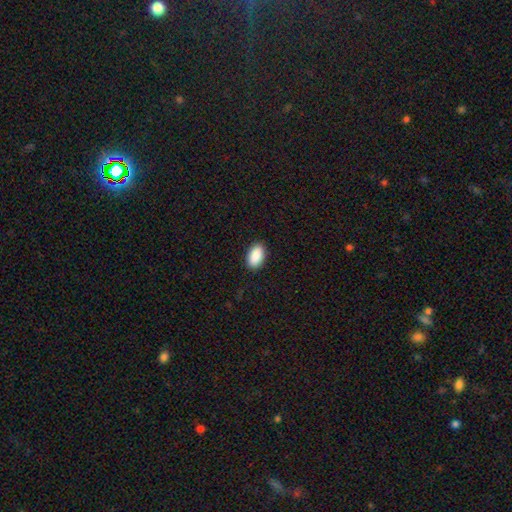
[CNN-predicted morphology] This is clearly a smooth galaxy (91%). How rounded: clearly in between (94%). Merging: clearly none (90%).